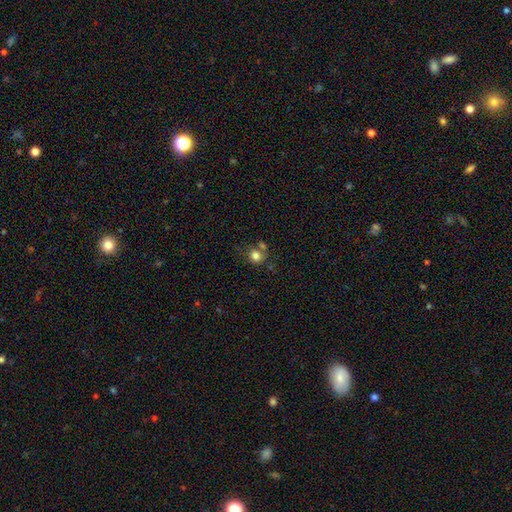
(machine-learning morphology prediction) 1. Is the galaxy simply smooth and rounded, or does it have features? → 79% smooth, 12% star or artifact, 9% featured or disk.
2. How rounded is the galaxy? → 83% round, 16% in between, 1% cigar-shaped.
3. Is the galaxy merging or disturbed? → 56% none, 24% merger, 14% minor disturbance, 6% major disturbance.